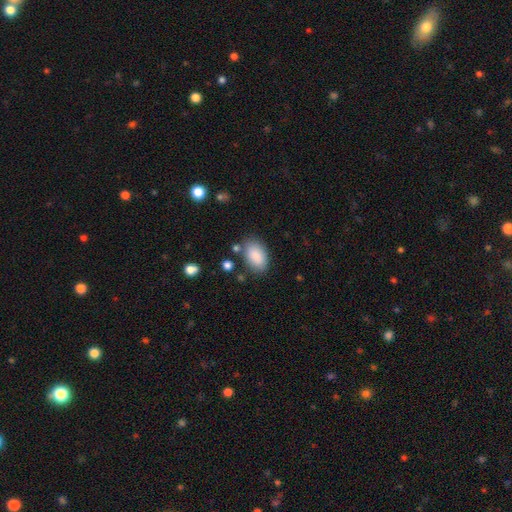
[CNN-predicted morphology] Smooth or featured?
  - smooth: 89% *
  - star or artifact: 7%
  - featured or disk: 5%
How rounded?
  - in between: 92% *
  - round: 6%
  - cigar-shaped: 1%
Merging?
  - none: 79% *
  - minor disturbance: 14%
  - major disturbance: 4%
  - merger: 4%